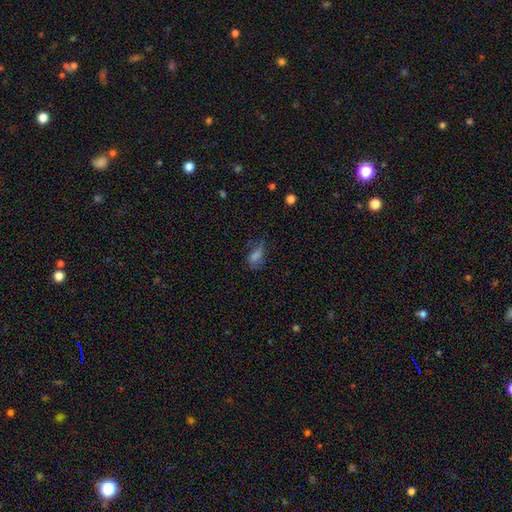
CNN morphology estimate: This is possibly a smooth galaxy (48%). Merging: possibly none (51%).